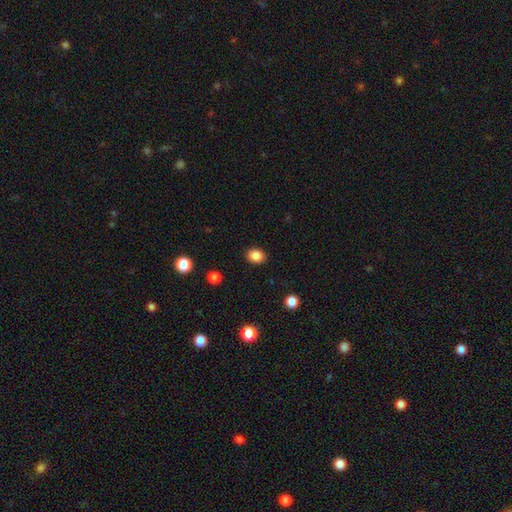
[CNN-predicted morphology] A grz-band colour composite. It shows a smooth galaxy with no disk features (86%) that is in between round and cigar-shaped (54%). Merging: none (88%).